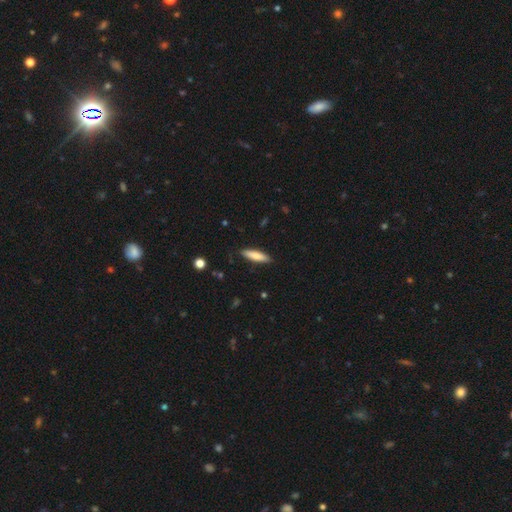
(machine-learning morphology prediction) Smooth or featured?
  - smooth: 79% *
  - featured or disk: 15%
  - star or artifact: 6%
How rounded?
  - cigar-shaped: 72% *
  - in between: 26%
  - round: 1%
Merging?
  - none: 88% *
  - minor disturbance: 9%
  - major disturbance: 2%
  - merger: 1%